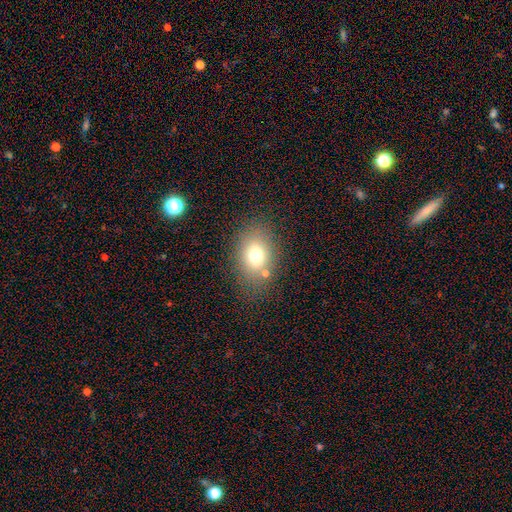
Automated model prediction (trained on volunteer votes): The model was most divided on "how rounded": in between: 71%, round: 28%, cigar-shaped: 1%. More confident: merging — none (75%); smooth or featured — smooth (72%).